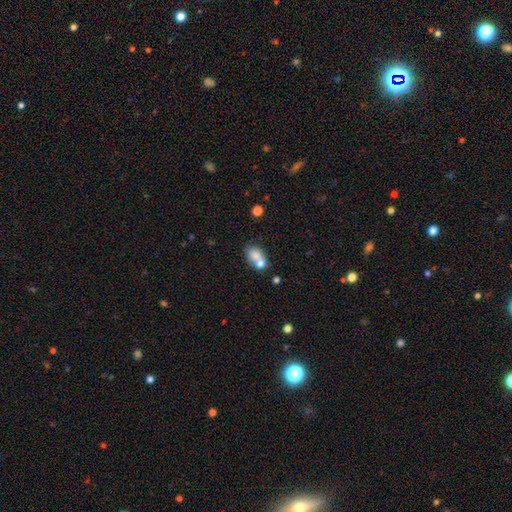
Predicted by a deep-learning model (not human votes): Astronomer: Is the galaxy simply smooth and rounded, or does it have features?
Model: smooth — 73%.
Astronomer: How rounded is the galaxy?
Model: in between — 63%.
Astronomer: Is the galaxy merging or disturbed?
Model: merger — 51% (runner-up: none, 32%).